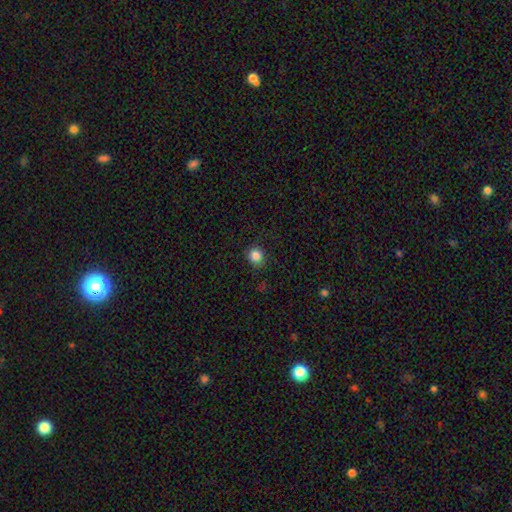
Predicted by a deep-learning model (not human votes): This is clearly a smooth galaxy (85%). How rounded: clearly round (85%). Merging: clearly none (84%).